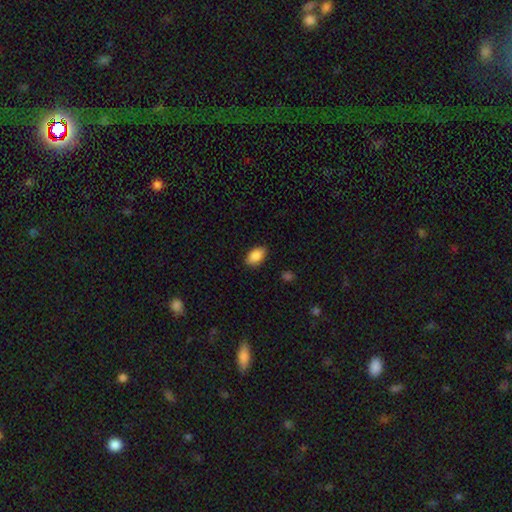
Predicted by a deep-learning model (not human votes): Smooth or featured? Predicted: smooth (p=0.88). How rounded? Predicted: in between (p=0.92). Merging? Predicted: none (p=0.85).